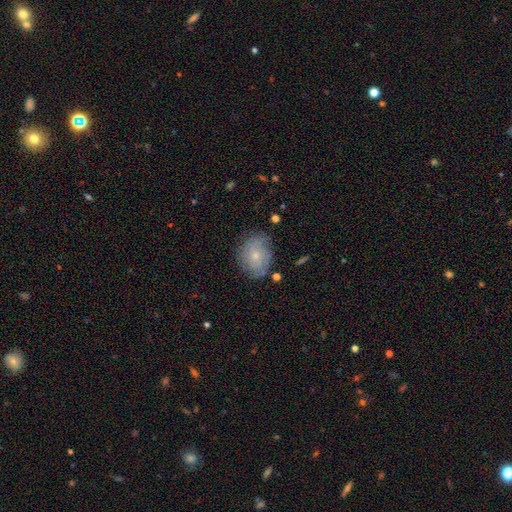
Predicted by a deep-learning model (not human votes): The model was most divided on "smooth or featured" (2-way tie): featured or disk: 45%, smooth: 45%, star or artifact: 9%. More confident: merging — none (69%).